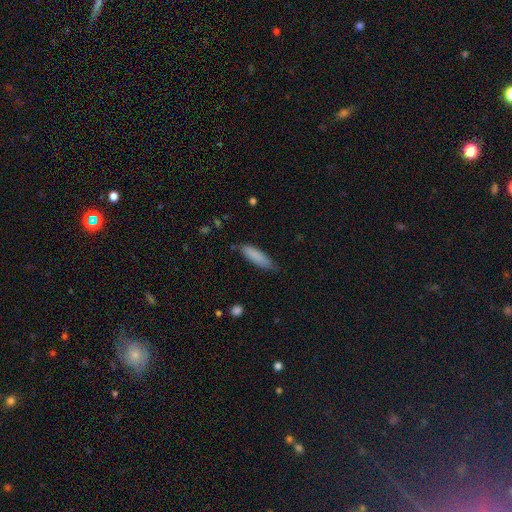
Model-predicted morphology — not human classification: Overall: smooth (85%). How rounded: cigar-shaped (61%; in between 38%). Merging: none (72%).